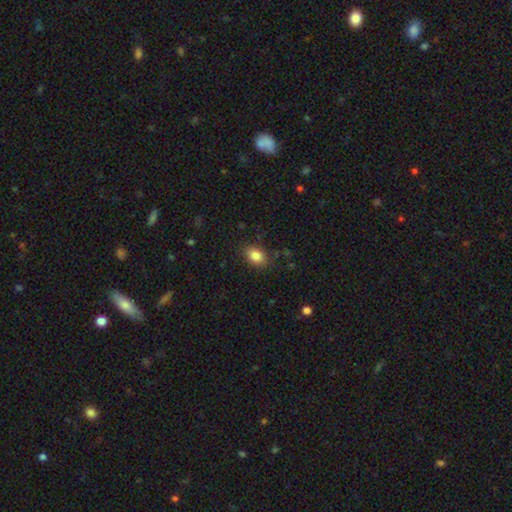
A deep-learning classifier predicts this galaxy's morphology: smooth 85%, star or artifact 9%, featured or disk 6%. Down the decision tree: how rounded — in between (73%); merging — none (82%).